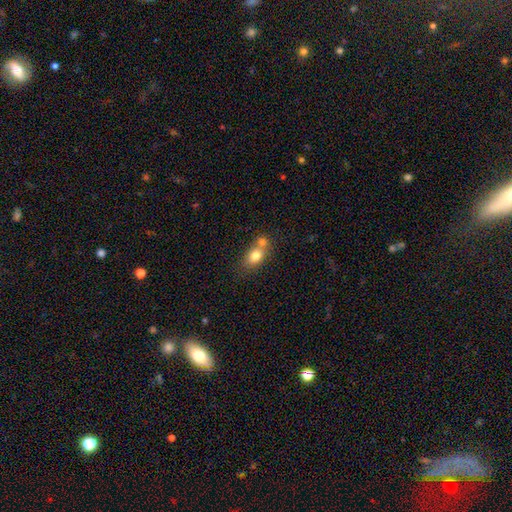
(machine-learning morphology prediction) This appears to be a smooth galaxy with no disk features (76%) that is in between round and cigar-shaped (67%). Merging: merger (43%).